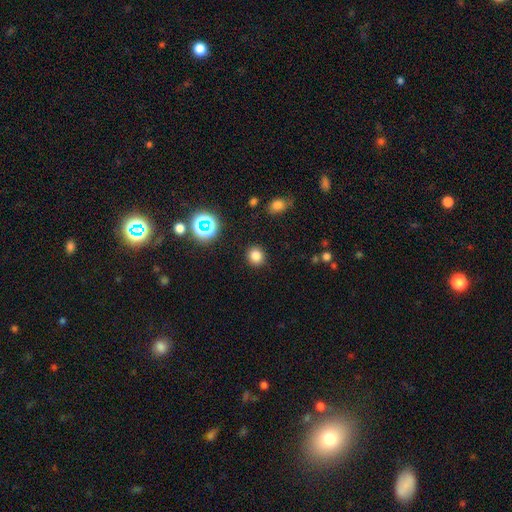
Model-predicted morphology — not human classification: Smooth or featured: smooth — 78% (star or artifact — 16%)
How rounded: round — 81% (in between — 18%)
Merging: none — 90% (minor disturbance — 6%)